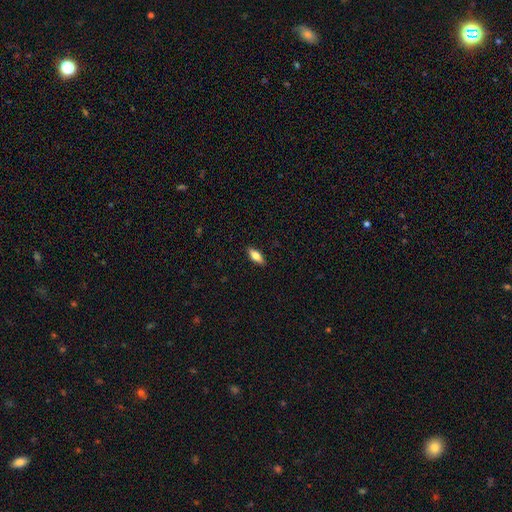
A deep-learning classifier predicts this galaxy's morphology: type=smooth (75%); roundness=in between (72%); merging=none (89%).